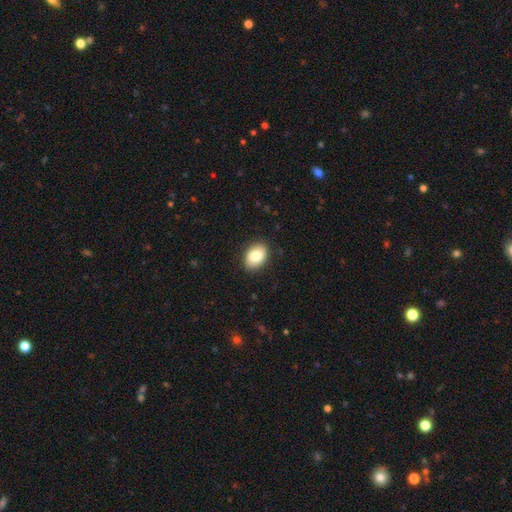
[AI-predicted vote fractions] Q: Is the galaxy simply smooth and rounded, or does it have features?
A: smooth — 84%.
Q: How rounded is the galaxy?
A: in between — 83%.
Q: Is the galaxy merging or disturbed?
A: none — 88%.